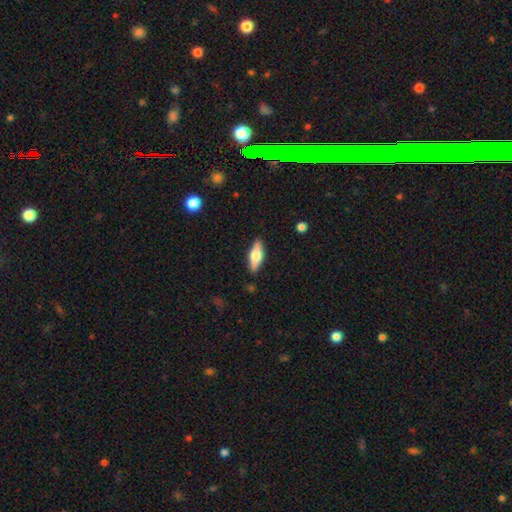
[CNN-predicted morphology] A smooth galaxy with no disk features (47%).

Vote fractions:
- Smooth or featured? smooth: 47% / featured or disk: 46% / star or artifact: 6%
- Merging? none: 87% / minor disturbance: 9% / major disturbance: 2% / merger: 1%